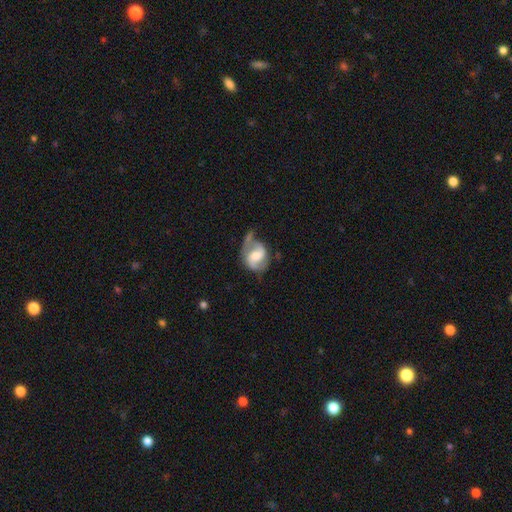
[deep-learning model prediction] smooth-or-featured: featured or disk: 71% | smooth: 23% | star or artifact: 6%
  disk-edge-on: no: 97% | yes: 3%
    bar: weak: 47% | no: 35% | strong: 18%
    has-spiral-arms: yes: 89% | no: 11%
      spiral-winding: medium: 46% | loose: 35% | tight: 20%
      spiral-arm-count: 2: 79% | 1: 11% | can't tell: 7% | 3: 1% | 4: 1% | more than 4: 1%
    bulge-size: moderate: 54% | small: 28% | large: 12% | none: 5% | dominant: 2%
  merging: none: 43% | minor disturbance: 28% | major disturbance: 21% | merger: 7%